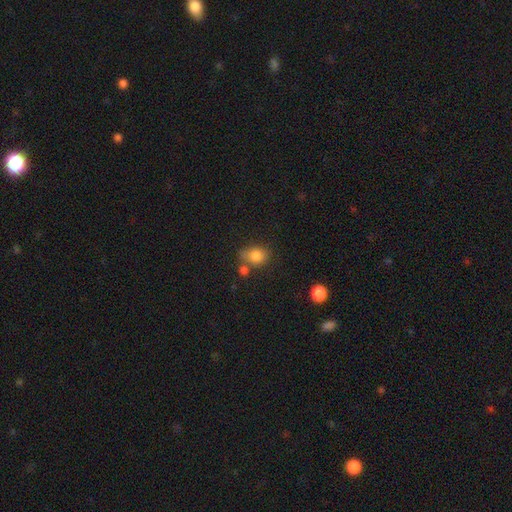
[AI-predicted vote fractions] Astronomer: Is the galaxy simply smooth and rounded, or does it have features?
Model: smooth — 83%.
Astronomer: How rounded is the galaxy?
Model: in between — 54% (runner-up: round, 44%).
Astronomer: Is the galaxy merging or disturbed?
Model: none — 54%.